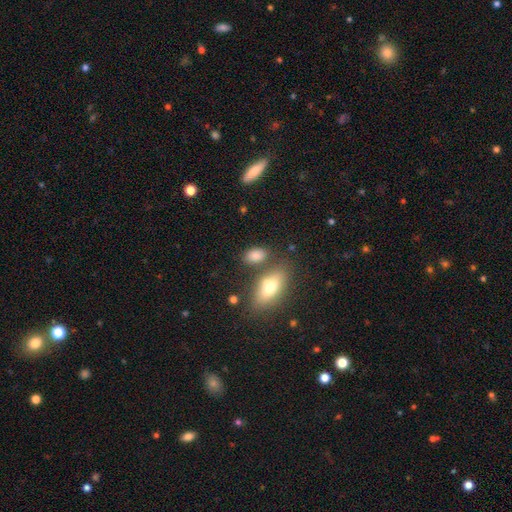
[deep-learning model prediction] This appears to be a smooth galaxy with no disk features (83%) that is in between round and cigar-shaped (87%). Merging: none (70%).